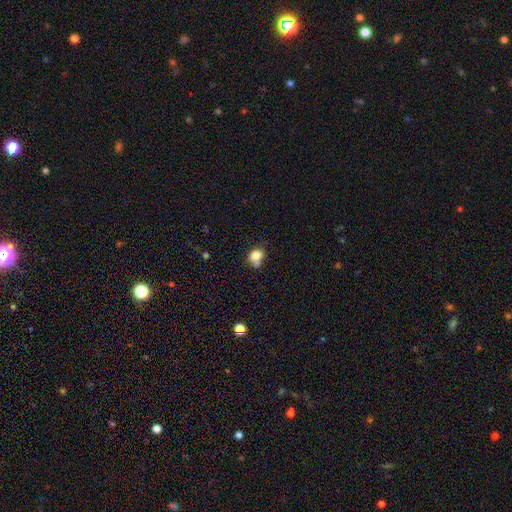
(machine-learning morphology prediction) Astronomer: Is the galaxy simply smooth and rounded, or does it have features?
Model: smooth — 80%.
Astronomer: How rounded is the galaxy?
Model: round — 55% (runner-up: in between, 44%).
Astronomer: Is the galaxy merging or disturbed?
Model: none — 45% (runner-up: minor disturbance, 30%).